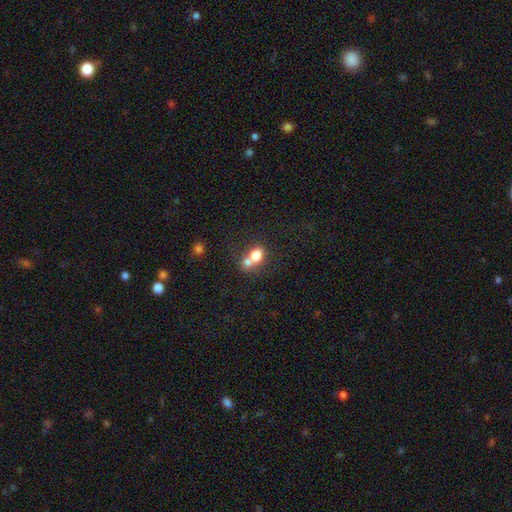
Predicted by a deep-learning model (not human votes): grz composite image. It shows a smooth galaxy with no disk features (75%) that is round (50%). Merging: merger (62%).